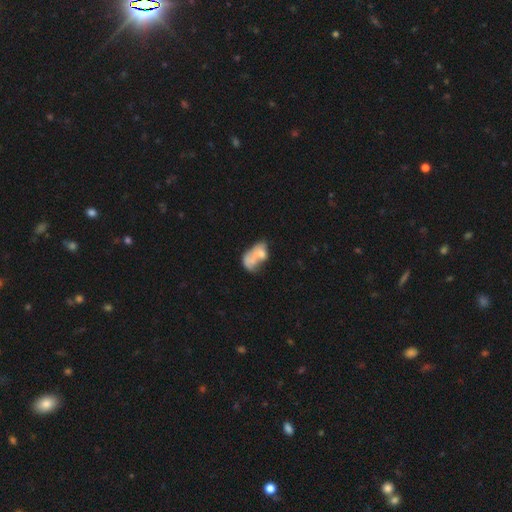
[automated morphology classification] The model was most divided on "smooth or featured": smooth: 55%, featured or disk: 35%, star or artifact: 10%. More confident: how rounded — in between (85%); merging — merger (56%).